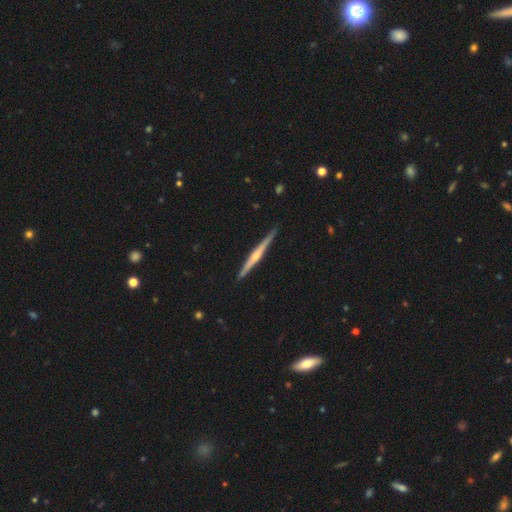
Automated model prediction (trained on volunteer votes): Smooth or featured?
  - featured or disk: 73% *
  - smooth: 22%
  - star or artifact: 5%
Edge-on disk?
  - yes: 98% *
  - no: 2%
Edge-on bulge?
  - rounded: 69% *
  - none: 22%
  - boxy: 10%
Merging?
  - none: 89% *
  - minor disturbance: 8%
  - major disturbance: 1%
  - merger: 1%